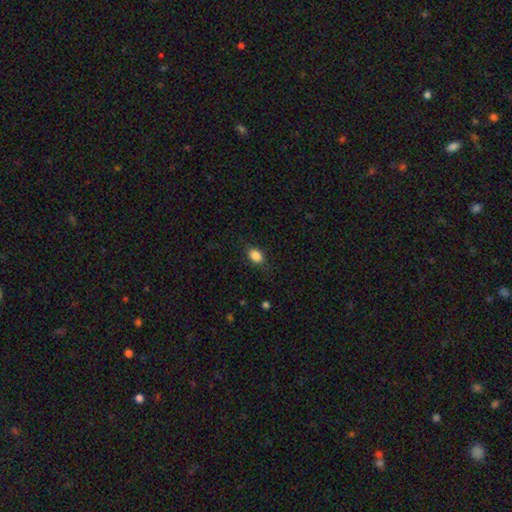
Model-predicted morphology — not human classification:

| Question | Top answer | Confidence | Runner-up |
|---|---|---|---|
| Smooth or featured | smooth | 87% | star or artifact (9%) |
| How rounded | in between | 81% | round (17%) |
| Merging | none | 82% | minor disturbance (13%) |